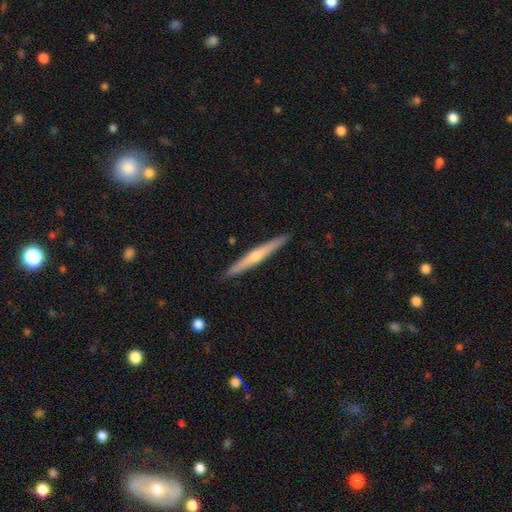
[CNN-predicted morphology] smooth_or_featured: featured or disk (p=0.68) [alt: smooth p=0.26]
disk_edge_on: yes (p=0.98) [alt: no p=0.02]
edge_on_bulge: rounded (p=0.79) [alt: none p=0.17]
merging: none (p=0.91) [alt: minor disturbance p=0.06]